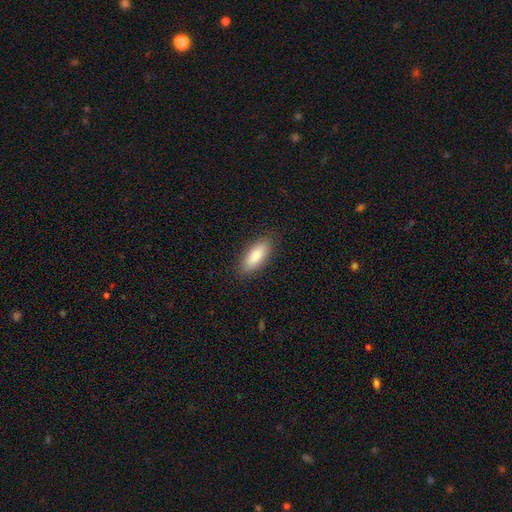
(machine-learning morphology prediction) smooth 87%, featured or disk 7%, star or artifact 6%. Down the decision tree: how rounded — in between (73%); merging — none (87%).